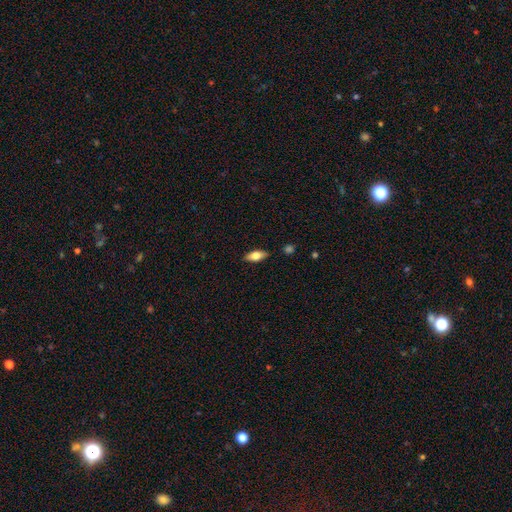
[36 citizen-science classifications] A smooth galaxy with no disk features (69%) that is in between round and cigar-shaped (92%).

Vote fractions:
- Smooth or featured? smooth: 69% / featured or disk: 28% / star or artifact: 3%
- How rounded? in between: 92% / cigar-shaped: 8% / round: 0%
- Merging? none: 74% / minor disturbance: 20% / major disturbance: 6% / merger: 0%